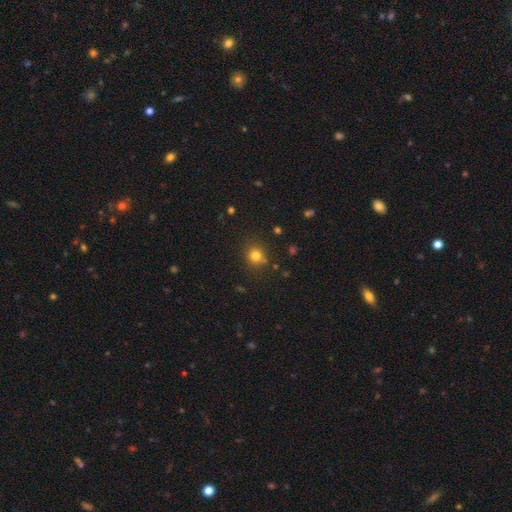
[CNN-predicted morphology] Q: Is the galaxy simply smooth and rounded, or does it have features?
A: smooth — 79%.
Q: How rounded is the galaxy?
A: round — 85%.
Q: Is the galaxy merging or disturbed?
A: none — 80%.